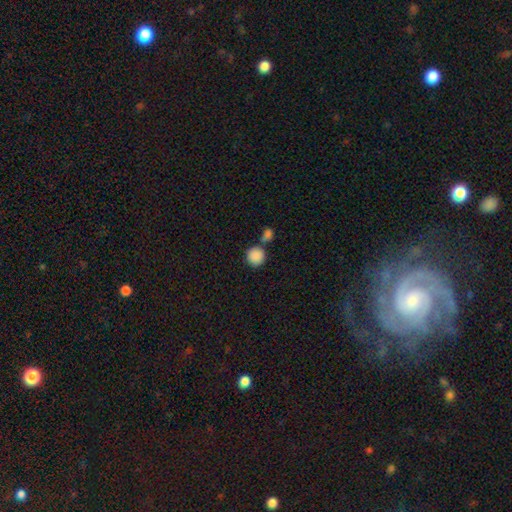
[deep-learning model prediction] Smooth or featured?
  - smooth: 88% *
  - star or artifact: 9%
  - featured or disk: 4%
How rounded?
  - round: 92% *
  - in between: 7%
  - cigar-shaped: 1%
Merging?
  - none: 61% *
  - merger: 26%
  - minor disturbance: 9%
  - major disturbance: 4%